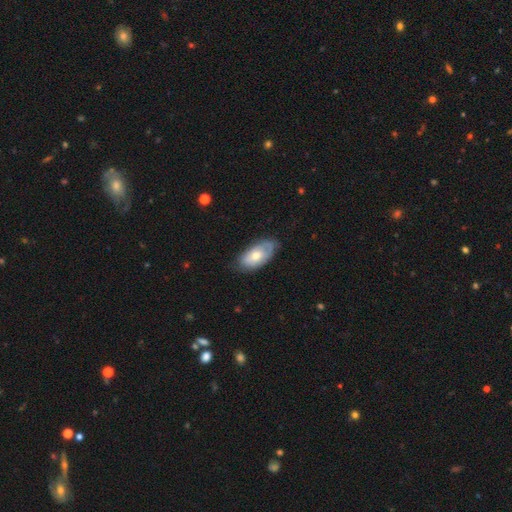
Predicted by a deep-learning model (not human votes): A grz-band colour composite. It shows a smooth galaxy with no disk features (55%) that is in between round and cigar-shaped (93%). Merging: none (66%).